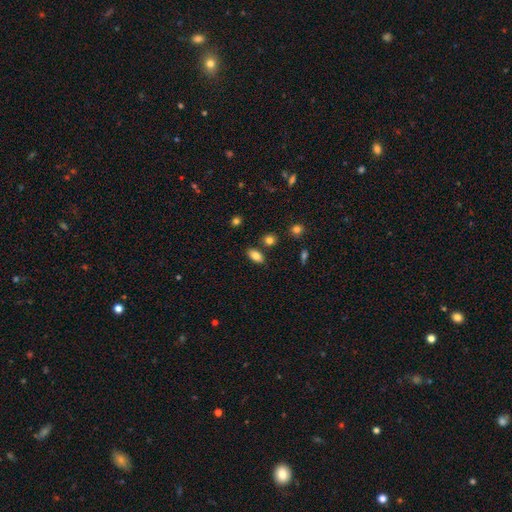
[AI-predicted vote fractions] A smooth galaxy with no disk features (83%) that is in between round and cigar-shaped (90%). Merging: none (82%).